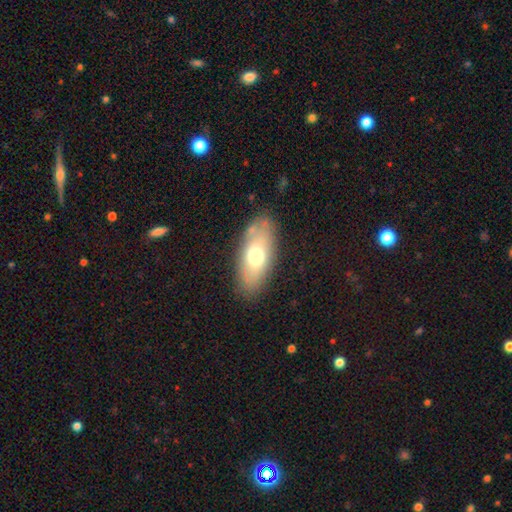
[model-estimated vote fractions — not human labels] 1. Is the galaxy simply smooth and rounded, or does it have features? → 65% smooth, 27% featured or disk, 8% star or artifact.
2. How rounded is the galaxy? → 86% in between, 10% cigar-shaped, 4% round.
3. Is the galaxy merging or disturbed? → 80% none, 13% minor disturbance, 4% major disturbance, 2% merger.